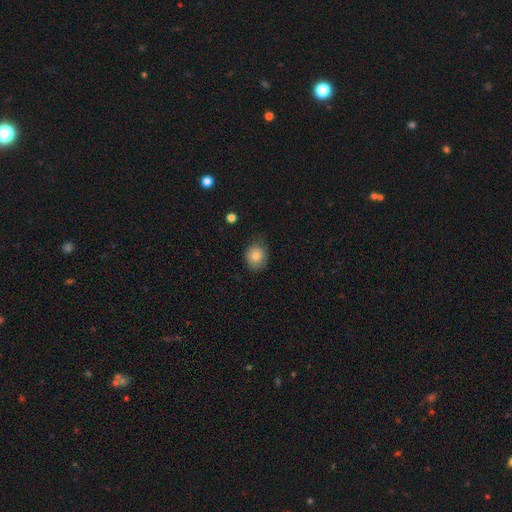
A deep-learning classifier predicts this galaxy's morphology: A smooth galaxy with no disk features (80%) that is round (67%).

Vote fractions:
- Smooth or featured? smooth: 80% / featured or disk: 11% / star or artifact: 9%
- How rounded? round: 67% / in between: 33% / cigar-shaped: 1%
- Merging? none: 72% / minor disturbance: 22% / major disturbance: 4% / merger: 1%